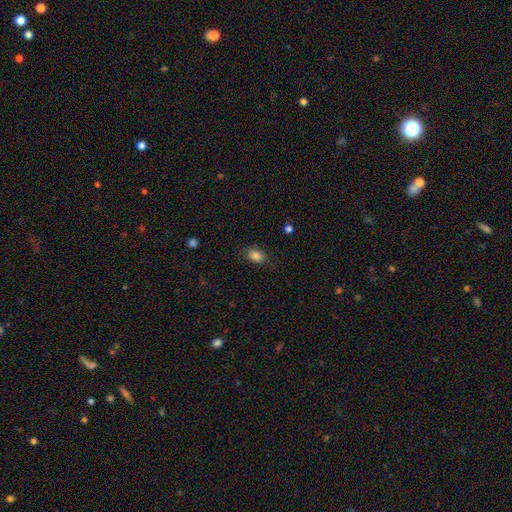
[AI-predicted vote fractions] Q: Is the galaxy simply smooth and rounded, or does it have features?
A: smooth — 85%.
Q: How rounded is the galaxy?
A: in between — 80%.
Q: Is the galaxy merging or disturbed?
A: none — 78%.